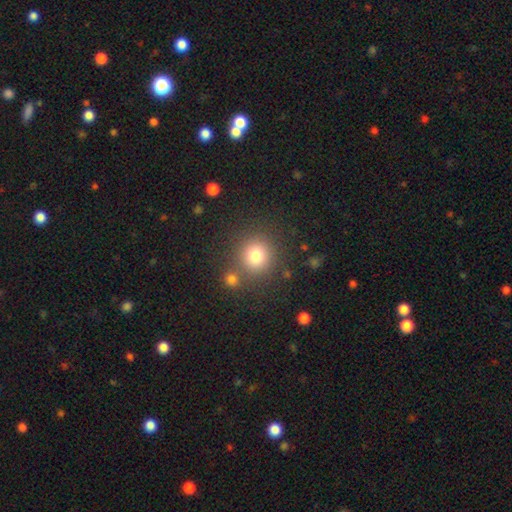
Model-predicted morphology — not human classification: This is likely a smooth galaxy (79%). How rounded: clearly round (90%). Merging: likely none (75%).